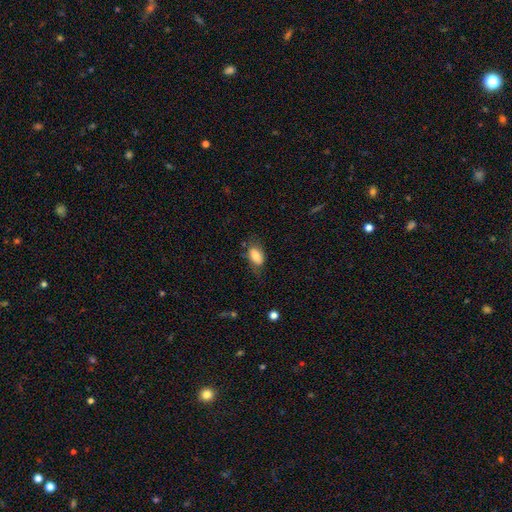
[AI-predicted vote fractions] smooth-or-featured: smooth: 77% | featured or disk: 15% | star or artifact: 8%
  how-rounded: in between: 90% | round: 6% | cigar-shaped: 4%
  merging: none: 61% | minor disturbance: 27% | major disturbance: 10% | merger: 2%